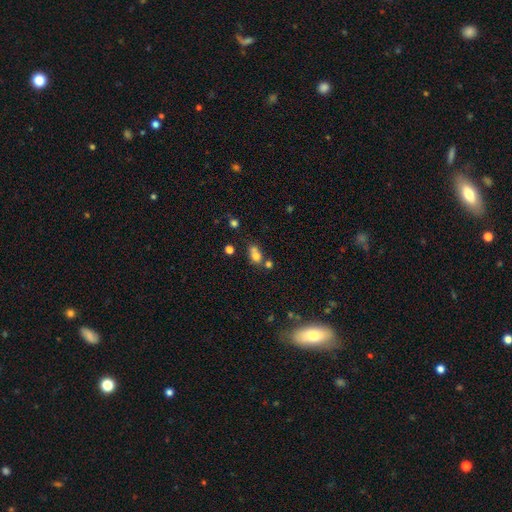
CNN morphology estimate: A smooth galaxy with no disk features (71%) that is in between round and cigar-shaped (59%). Merging: merger (40%).